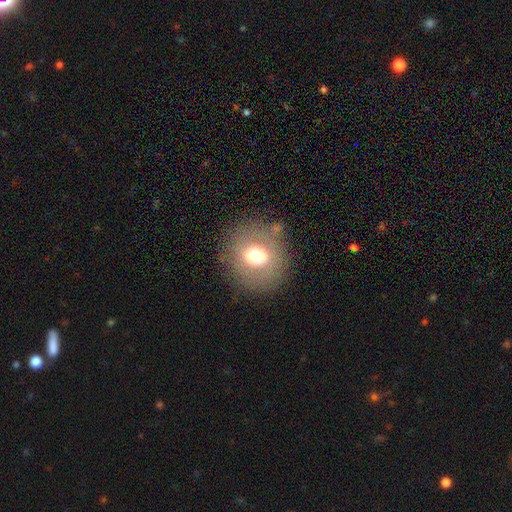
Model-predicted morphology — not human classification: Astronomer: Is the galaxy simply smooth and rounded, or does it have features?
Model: smooth — 64%.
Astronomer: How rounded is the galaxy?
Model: round — 79%.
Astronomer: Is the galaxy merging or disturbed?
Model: none — 78%.